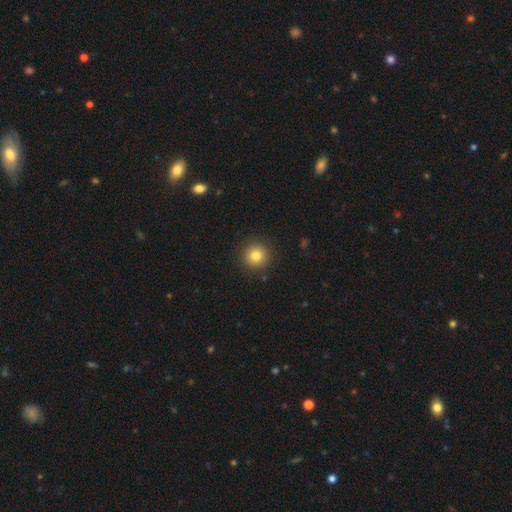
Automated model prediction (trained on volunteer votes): Smooth or featured? Predicted: smooth (p=0.82). How rounded? Predicted: round (p=0.95). Merging? Predicted: none (p=0.91).